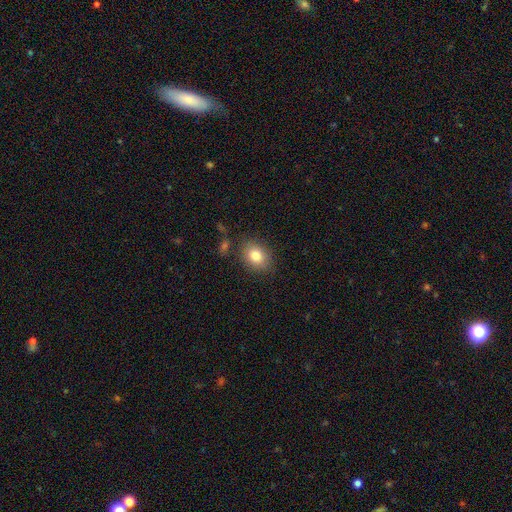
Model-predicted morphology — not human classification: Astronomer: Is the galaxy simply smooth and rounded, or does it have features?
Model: smooth — 82%.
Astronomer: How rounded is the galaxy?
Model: in between — 62% (runner-up: round, 37%).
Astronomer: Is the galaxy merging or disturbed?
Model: none — 81%.